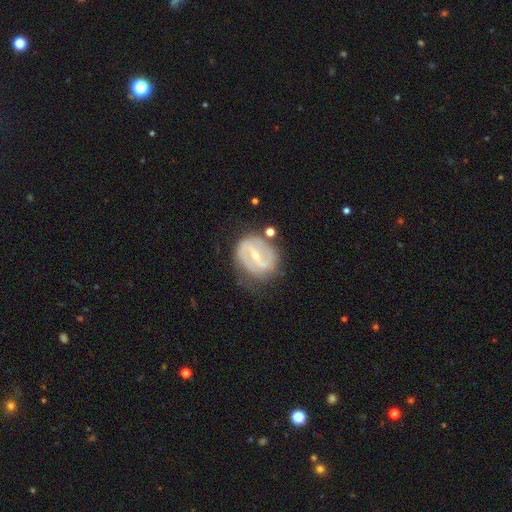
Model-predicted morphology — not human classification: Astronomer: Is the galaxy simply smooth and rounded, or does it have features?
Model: featured or disk — 81%.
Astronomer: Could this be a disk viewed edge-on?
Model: no — 96%.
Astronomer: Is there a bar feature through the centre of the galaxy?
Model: strong — 56% (runner-up: weak, 33%).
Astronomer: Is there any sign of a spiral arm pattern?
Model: yes — 82%.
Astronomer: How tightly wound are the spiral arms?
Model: medium — 43% (runner-up: tight, 36%).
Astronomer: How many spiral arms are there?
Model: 2 — 76%.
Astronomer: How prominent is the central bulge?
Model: small — 65%.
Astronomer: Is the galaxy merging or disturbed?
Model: none — 62%.